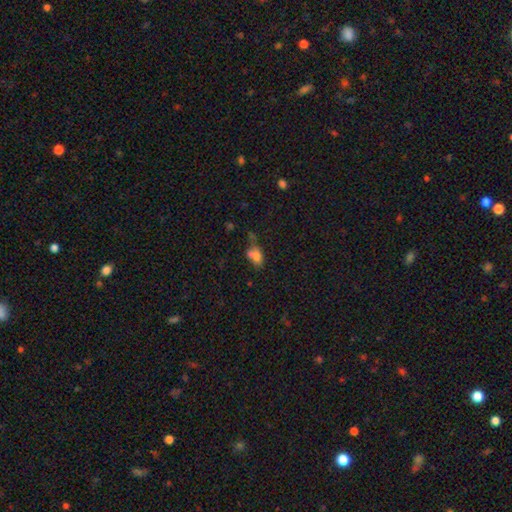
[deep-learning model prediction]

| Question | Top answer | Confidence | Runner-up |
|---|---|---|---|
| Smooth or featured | smooth | 70% | featured or disk (16%) |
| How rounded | in between | 79% | round (17%) |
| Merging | merger | 39% | none (34%) |